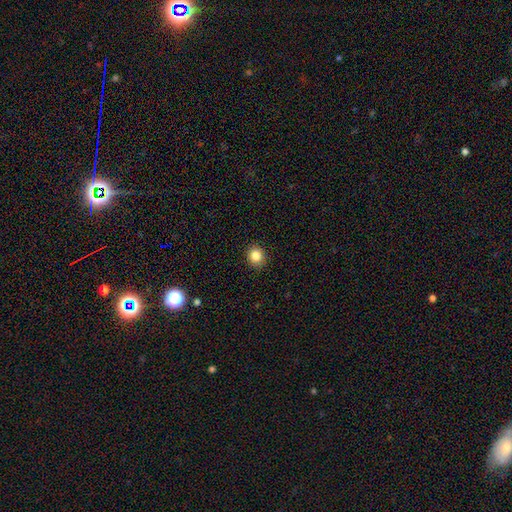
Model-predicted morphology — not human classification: Smooth or featured?
  - smooth: 85% *
  - star or artifact: 10%
  - featured or disk: 5%
How rounded?
  - round: 79% *
  - in between: 20%
  - cigar-shaped: 1%
Merging?
  - none: 91% *
  - minor disturbance: 7%
  - major disturbance: 2%
  - merger: 1%